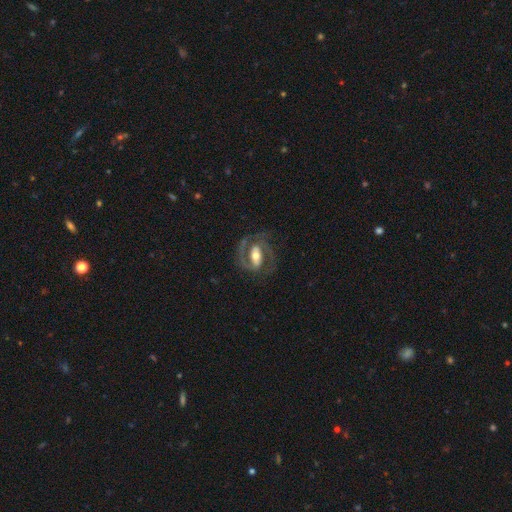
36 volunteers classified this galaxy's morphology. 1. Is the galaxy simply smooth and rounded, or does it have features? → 78% featured or disk, 19% smooth, 3% star or artifact.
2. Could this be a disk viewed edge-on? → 96% no, 4% yes.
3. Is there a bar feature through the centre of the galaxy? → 37% strong (tied), 37% weak (tied), 26% no.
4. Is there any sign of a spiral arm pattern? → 93% yes, 7% no.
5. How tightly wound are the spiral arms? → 48% medium, 40% tight, 12% loose.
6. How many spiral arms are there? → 96% 2, 4% can't tell, 0% 1, 0% 3, 0% 4, 0% more than 4.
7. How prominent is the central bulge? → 78% moderate, 11% large, 7% small, 4% dominant, 0% none.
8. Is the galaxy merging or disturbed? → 74% none, 14% major disturbance, 11% minor disturbance, 0% merger.